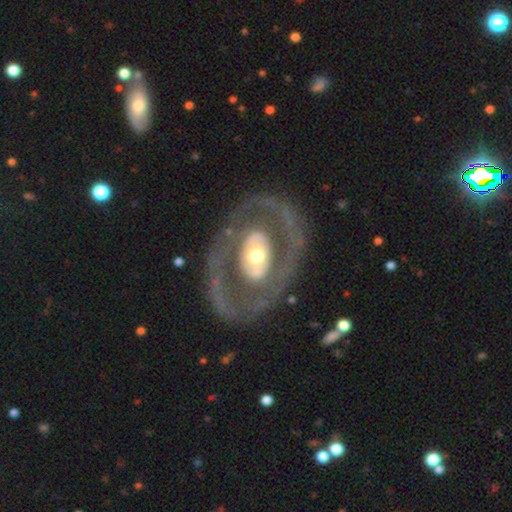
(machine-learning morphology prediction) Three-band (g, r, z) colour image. It shows a featured or disk galaxy (77%) with no bar (69%), no spiral arms (59%) and a moderate central bulge (64%). Merging: none (76%).